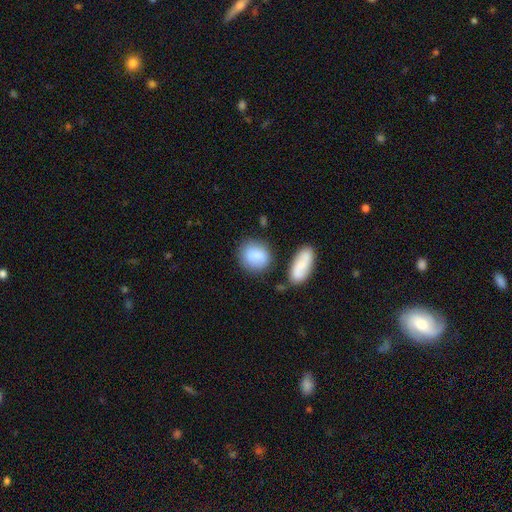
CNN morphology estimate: The model was most divided on "how rounded": round: 54%, in between: 44%, cigar-shaped: 2%. More confident: smooth or featured — smooth (83%); merging — none (66%).